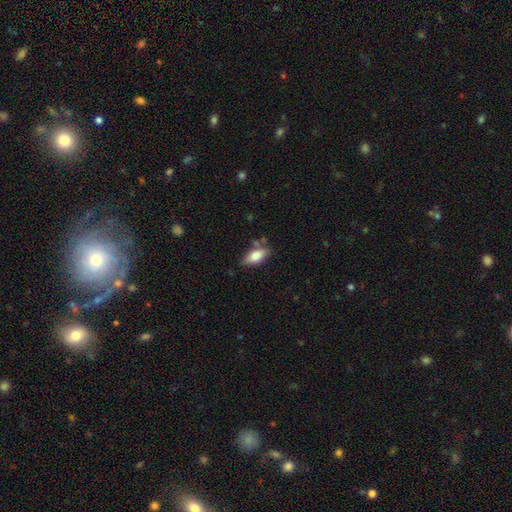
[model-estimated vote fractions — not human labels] Smooth or featured?
  - smooth: 78% *
  - featured or disk: 15%
  - star or artifact: 7%
How rounded?
  - in between: 85% *
  - cigar-shaped: 11%
  - round: 3%
Merging?
  - none: 70% *
  - minor disturbance: 19%
  - merger: 6%
  - major disturbance: 4%